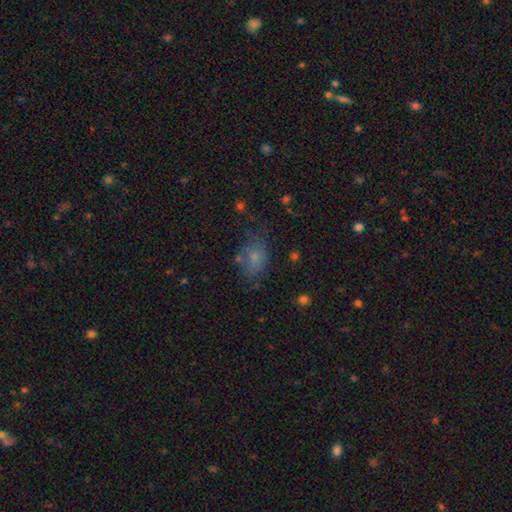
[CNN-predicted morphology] Smooth or featured? Predicted: smooth (p=0.71). How rounded? Predicted: in between (p=0.74). Merging? Predicted: none (p=0.63).